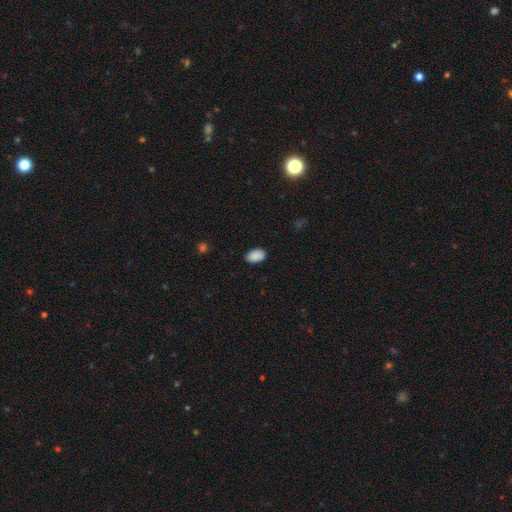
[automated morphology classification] smooth 90%, star or artifact 7%, featured or disk 3%. Down the decision tree: how rounded — in between (90%); merging — none (87%).